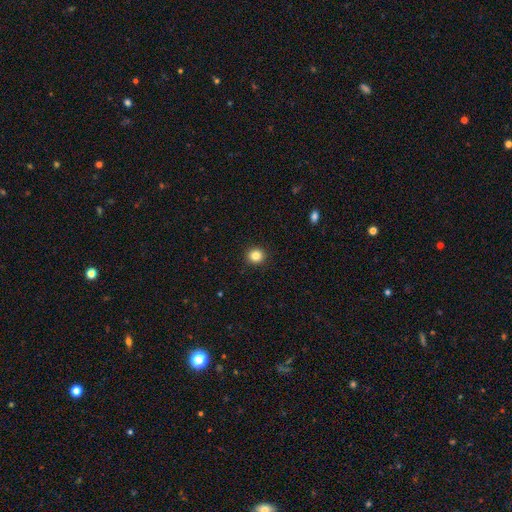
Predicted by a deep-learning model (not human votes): This appears to be a smooth galaxy with no disk features (84%) that is round (90%). Merging: none (92%).